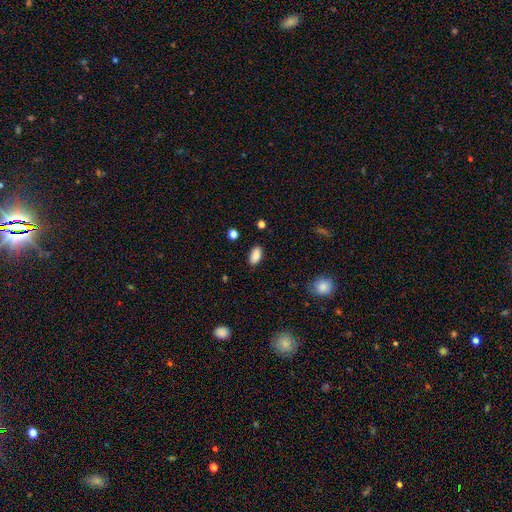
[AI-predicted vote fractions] Q: Smooth or featured?
A: smooth (88%); runner-up: star or artifact (8%)
Q: How rounded?
A: in between (92%); runner-up: cigar-shaped (5%)
Q: Merging?
A: none (85%); runner-up: minor disturbance (11%)